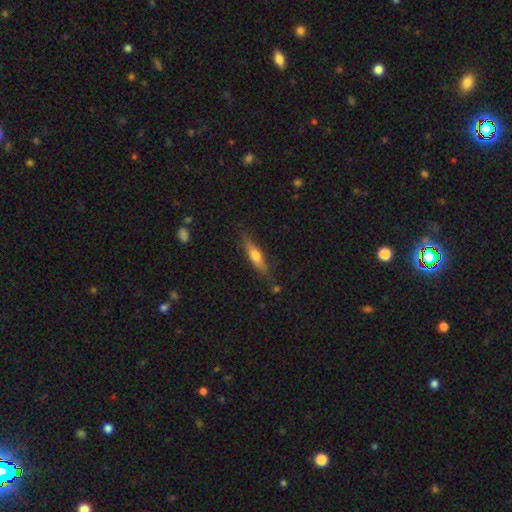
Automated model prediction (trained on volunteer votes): smooth_or_featured: smooth (p=0.50) [alt: featured or disk p=0.44]
merging: none (p=0.80) [alt: minor disturbance p=0.15]